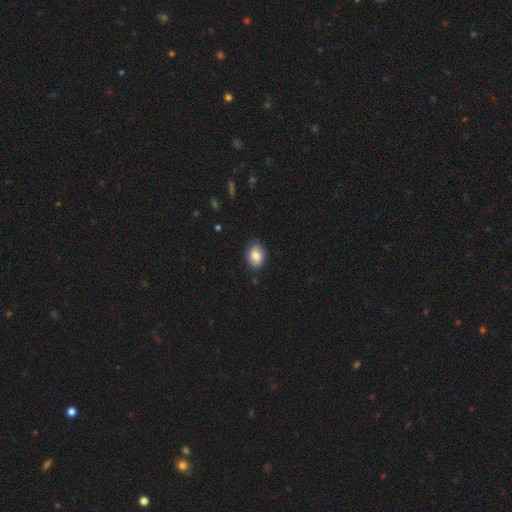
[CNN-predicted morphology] A smooth galaxy with no disk features (82%) that is in between round and cigar-shaped (77%). Merging: none (81%).